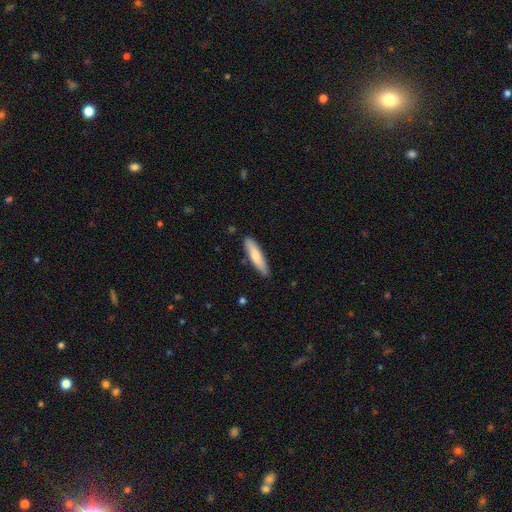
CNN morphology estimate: smooth-or-featured: smooth: 72% | featured or disk: 23% | star or artifact: 5%
  how-rounded: cigar-shaped: 76% | in between: 23% | round: 1%
  merging: none: 83% | minor disturbance: 13% | major disturbance: 2% | merger: 2%